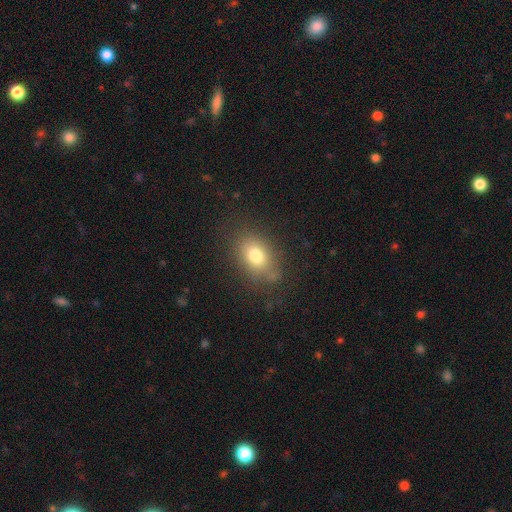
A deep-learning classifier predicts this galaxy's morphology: Smooth or featured? smooth (77%)
How rounded? in between (78%)
Merging? none (73%)